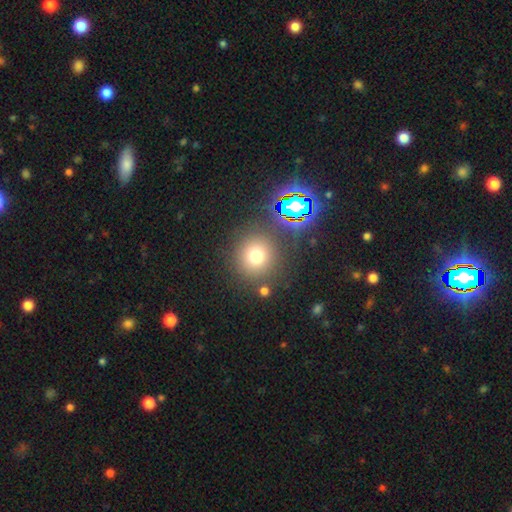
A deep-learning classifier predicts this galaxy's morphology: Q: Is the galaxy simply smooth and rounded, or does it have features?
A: smooth — 70%.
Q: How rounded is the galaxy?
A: round — 92%.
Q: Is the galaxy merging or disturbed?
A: none — 84%.